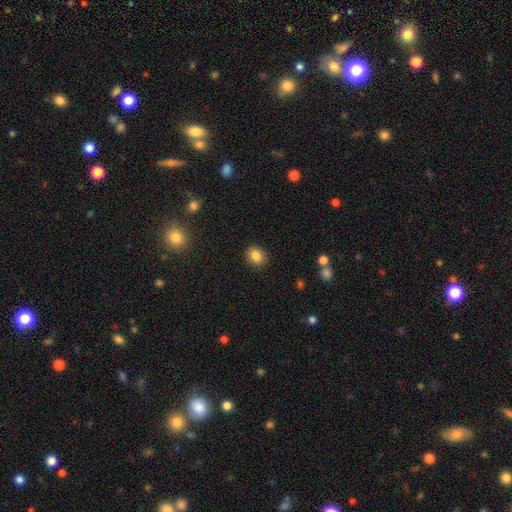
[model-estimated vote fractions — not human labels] A smooth galaxy with no disk features (85%) that is in between round and cigar-shaped (53%).

Vote fractions:
- Smooth or featured? smooth: 85% / star or artifact: 10% / featured or disk: 5%
- How rounded? in between: 53% / round: 46% / cigar-shaped: 1%
- Merging? none: 88% / minor disturbance: 8% / major disturbance: 2% / merger: 1%